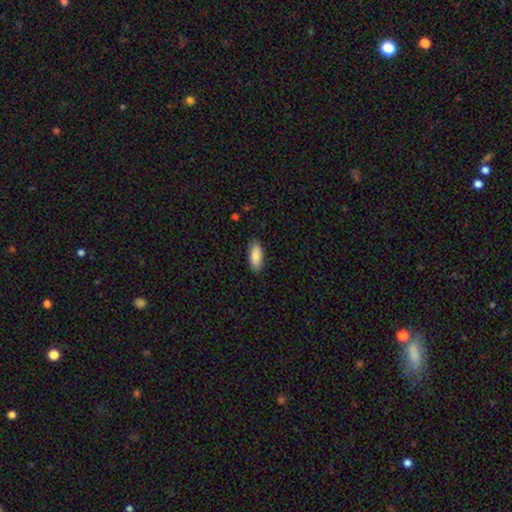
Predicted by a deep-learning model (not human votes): Morphology: type=smooth (88%); roundness=in between (81%); merging=none (87%).